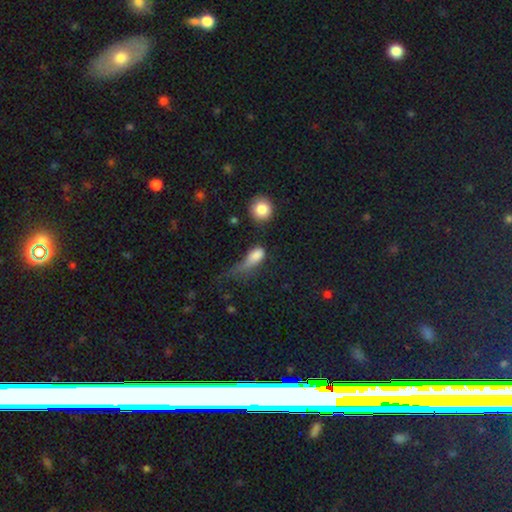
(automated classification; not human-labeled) The model was most divided on "merging": major disturbance: 52%, minor disturbance: 23%, none: 19%, merger: 6%. More confident: smooth or featured — smooth (77%); how rounded — in between (71%).